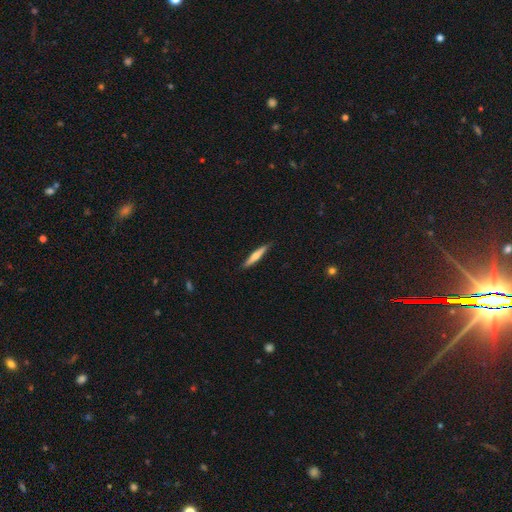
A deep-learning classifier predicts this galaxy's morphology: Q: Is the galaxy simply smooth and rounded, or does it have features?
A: smooth — 57%.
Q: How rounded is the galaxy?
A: cigar-shaped — 92%.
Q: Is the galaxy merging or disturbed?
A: none — 89%.